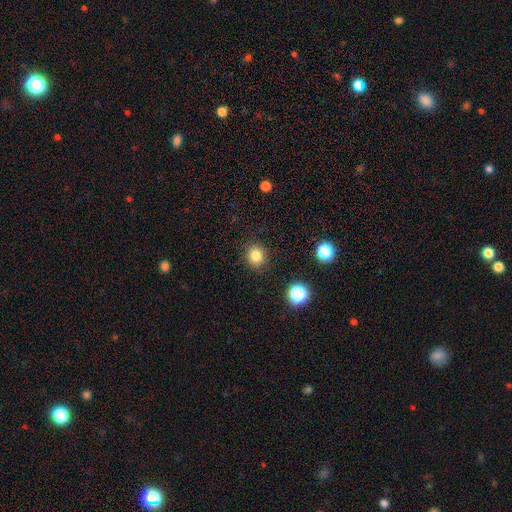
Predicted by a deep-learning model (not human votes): Smooth or featured? Predicted: smooth (p=0.82). How rounded? Predicted: round (p=0.85). Merging? Predicted: none (p=0.89).